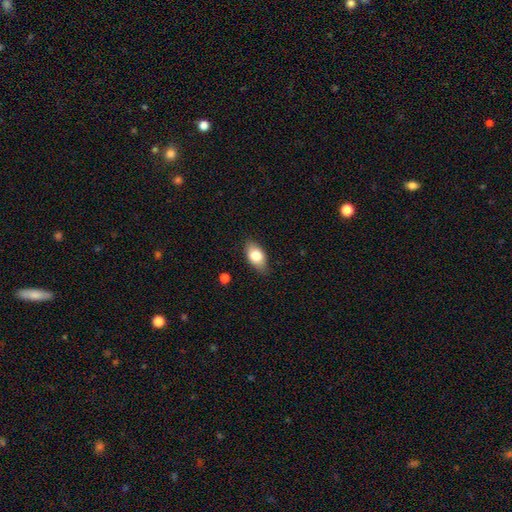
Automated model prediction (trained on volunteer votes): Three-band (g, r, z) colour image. It shows a smooth galaxy with no disk features (78%) that is in between round and cigar-shaped (90%). Merging: none (83%).